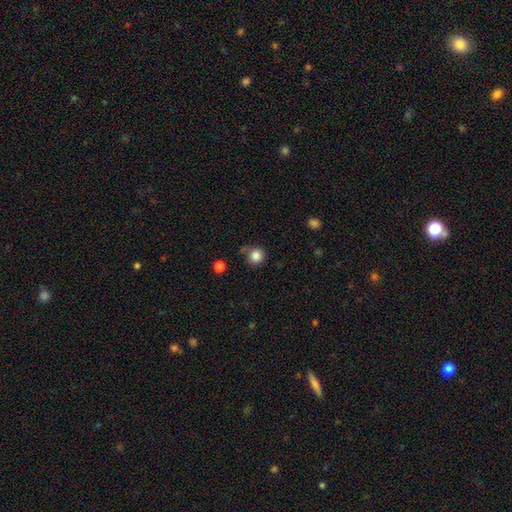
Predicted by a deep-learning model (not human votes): Smooth or featured?
  - smooth: 85% *
  - star or artifact: 11%
  - featured or disk: 5%
How rounded?
  - round: 89% *
  - in between: 10%
  - cigar-shaped: 1%
Merging?
  - none: 73% *
  - minor disturbance: 15%
  - merger: 7%
  - major disturbance: 5%